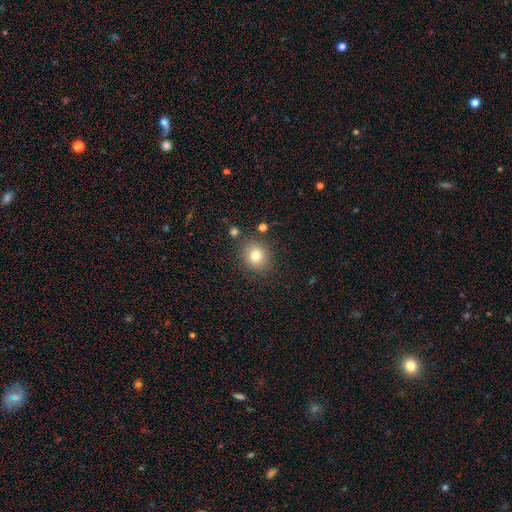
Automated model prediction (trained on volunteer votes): smooth-or-featured: smooth: 78% | star or artifact: 13% | featured or disk: 10%
  how-rounded: round: 83% | in between: 16% | cigar-shaped: 1%
  merging: none: 84% | minor disturbance: 10% | merger: 4% | major disturbance: 3%